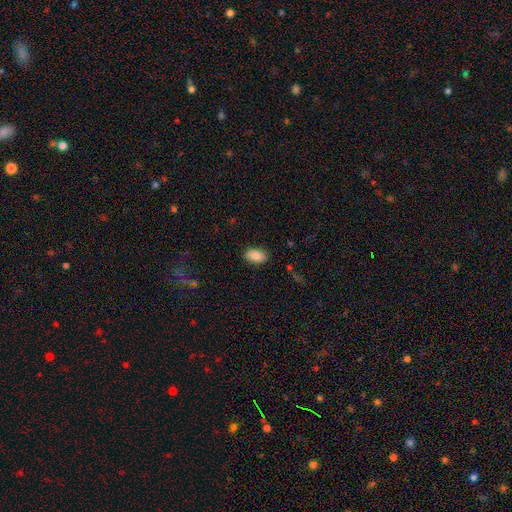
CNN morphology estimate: smooth 88%, star or artifact 7%, featured or disk 5%. Down the decision tree: how rounded — in between (93%); merging — none (85%).